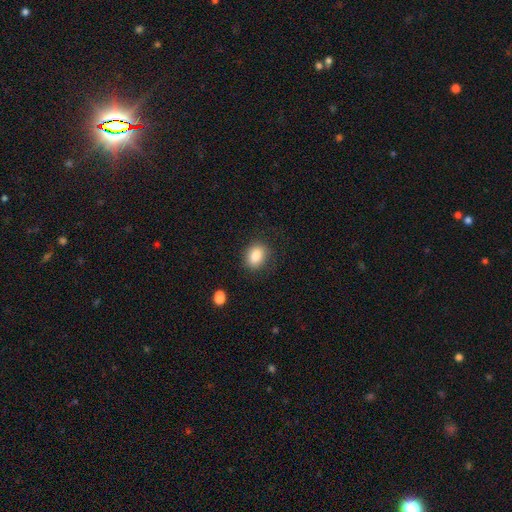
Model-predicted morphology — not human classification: This is clearly a smooth galaxy (85%). How rounded: likely in between (60%). Merging: clearly none (80%).